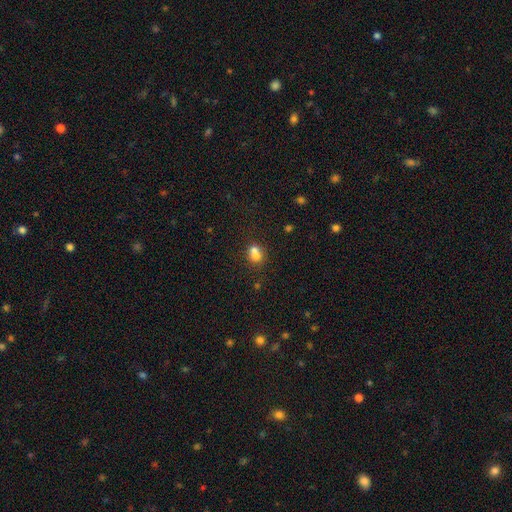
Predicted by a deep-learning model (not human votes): Smooth or featured?
  - smooth: 73% *
  - featured or disk: 14%
  - star or artifact: 13%
How rounded?
  - round: 50% *
  - in between: 48%
  - cigar-shaped: 2%
Merging?
  - merger: 53% *
  - none: 33%
  - minor disturbance: 10%
  - major disturbance: 4%